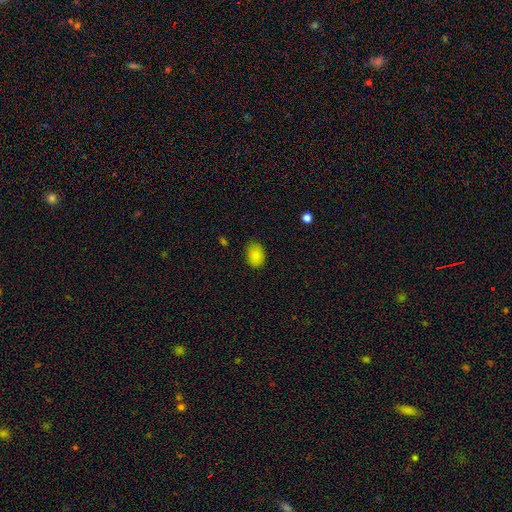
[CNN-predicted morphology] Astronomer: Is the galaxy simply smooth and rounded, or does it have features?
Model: smooth — 86%.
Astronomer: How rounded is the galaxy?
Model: in between — 68%.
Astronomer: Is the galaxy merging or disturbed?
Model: none — 82%.